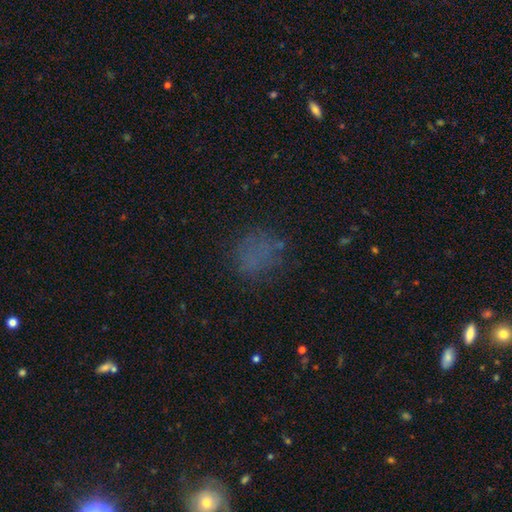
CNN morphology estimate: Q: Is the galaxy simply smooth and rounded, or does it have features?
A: smooth — 59%.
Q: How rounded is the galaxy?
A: round — 71%.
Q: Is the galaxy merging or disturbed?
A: none — 72%.